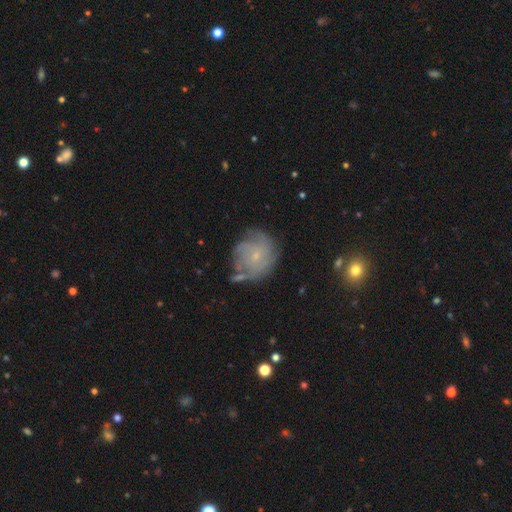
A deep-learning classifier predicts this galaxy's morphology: Q: Smooth or featured?
A: featured or disk (62%); runner-up: smooth (29%)
Q: Edge-on disk?
A: no (97%); runner-up: yes (3%)
Q: Bar?
A: no (79%); runner-up: weak (18%)
Q: Spiral arms?
A: yes (78%); runner-up: no (22%)
Q: Bulge size?
A: small (82%); runner-up: moderate (11%)
Q: Merging?
A: none (59%); runner-up: minor disturbance (24%)